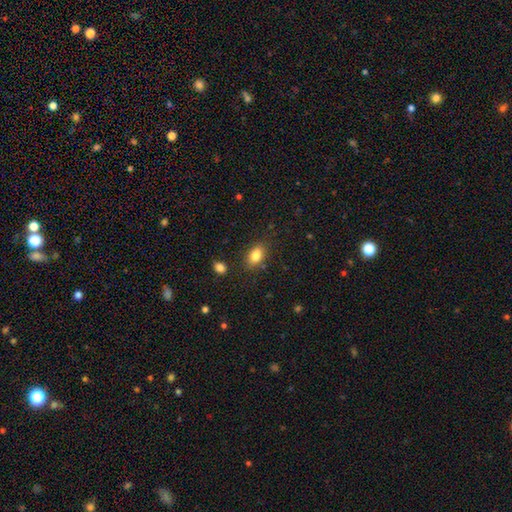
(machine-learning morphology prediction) Overall: smooth (83%). How rounded: in between (86%). Merging: none (82%).